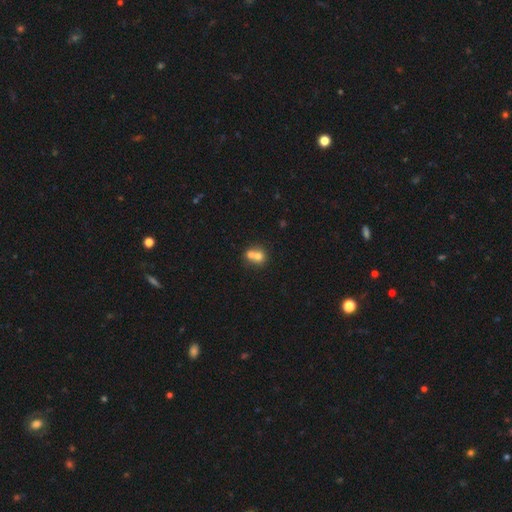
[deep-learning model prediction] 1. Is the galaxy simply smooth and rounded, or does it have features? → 69% smooth, 21% featured or disk, 11% star or artifact.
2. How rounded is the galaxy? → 75% round, 25% in between, 1% cigar-shaped.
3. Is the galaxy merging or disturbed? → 65% merger, 27% none, 5% minor disturbance, 2% major disturbance.